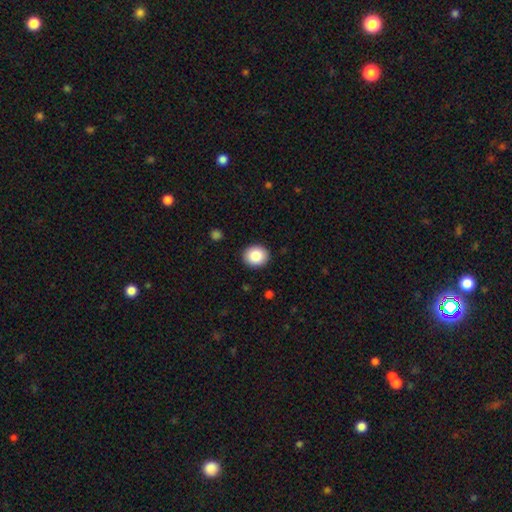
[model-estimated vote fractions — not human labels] A smooth galaxy with no disk features (86%) that is round (72%). Merging: none (91%).